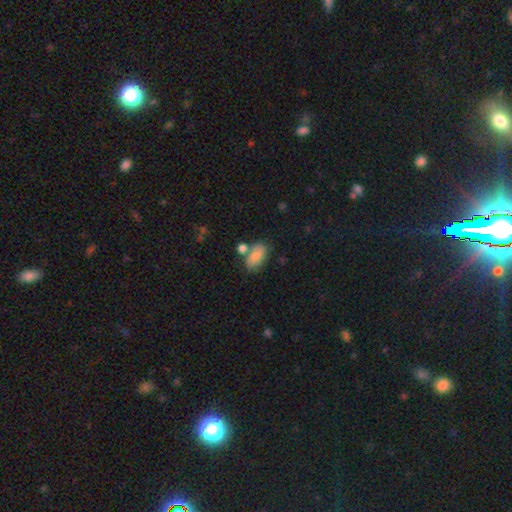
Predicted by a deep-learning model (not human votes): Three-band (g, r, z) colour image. It shows a smooth galaxy with no disk features (78%) that is in between round and cigar-shaped (91%). Merging: none (56%).